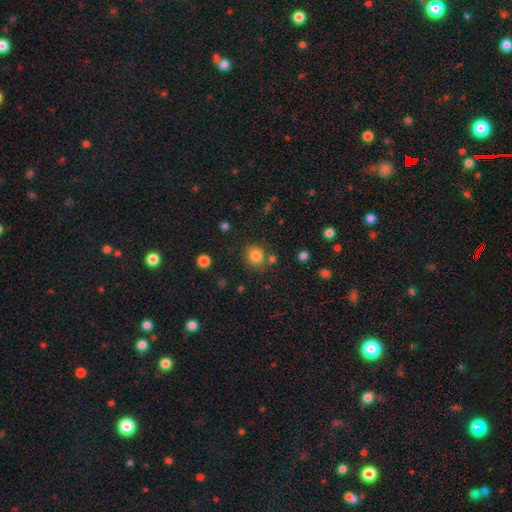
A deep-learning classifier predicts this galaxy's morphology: type=smooth (83%); roundness=round (84%); merging=none (78%).